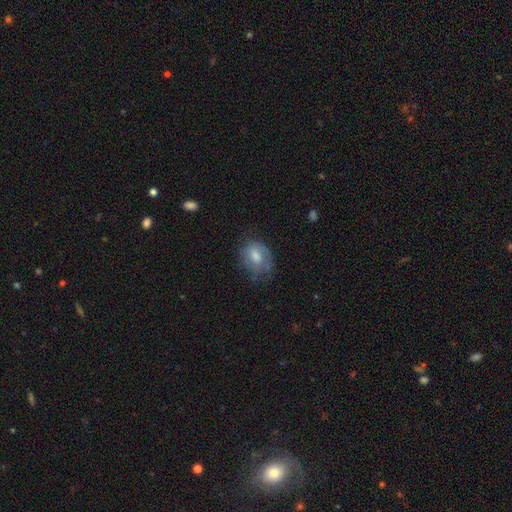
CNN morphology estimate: A smooth galaxy with no disk features (61%) that is in between round and cigar-shaped (64%). Merging: none (55%).